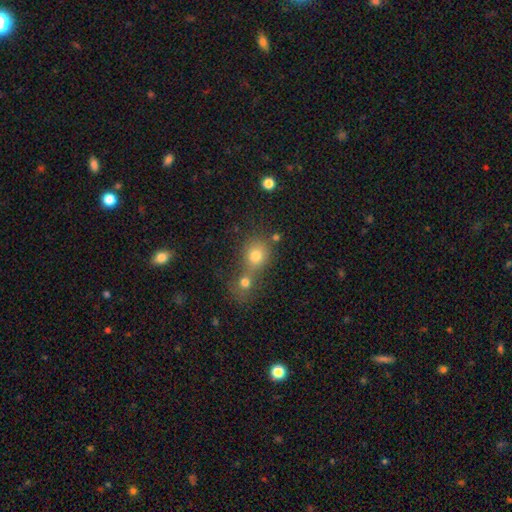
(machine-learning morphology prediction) Smooth or featured? Predicted: smooth (p=0.76). How rounded? Predicted: round (p=0.76). Merging? Predicted: merger (p=0.52).